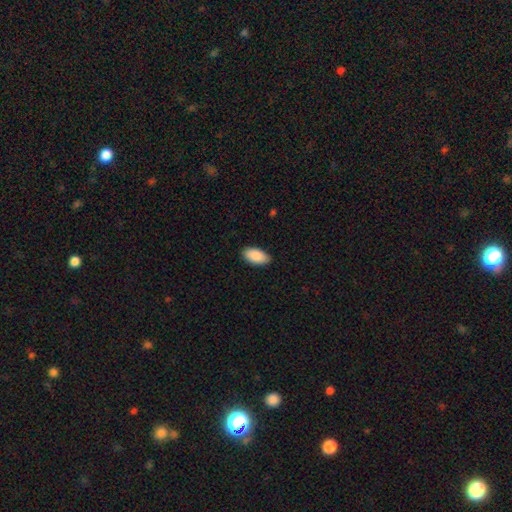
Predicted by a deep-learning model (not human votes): The model was most divided on "merging": none: 88%, minor disturbance: 10%, major disturbance: 2%, merger: 1%. More confident: how rounded — in between (95%); smooth or featured — smooth (90%).